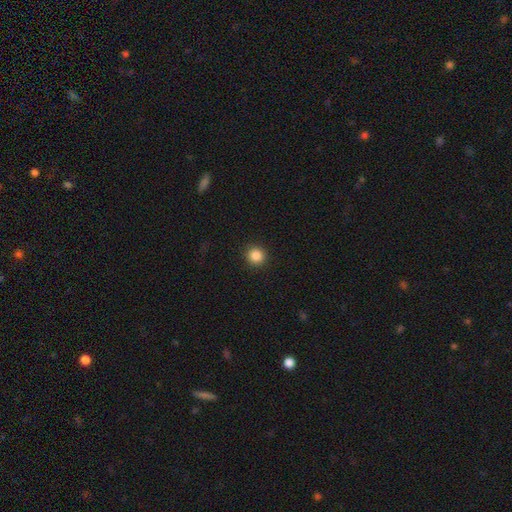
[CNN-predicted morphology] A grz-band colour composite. It shows a smooth galaxy with no disk features (87%) that is round (94%). Merging: none (93%).